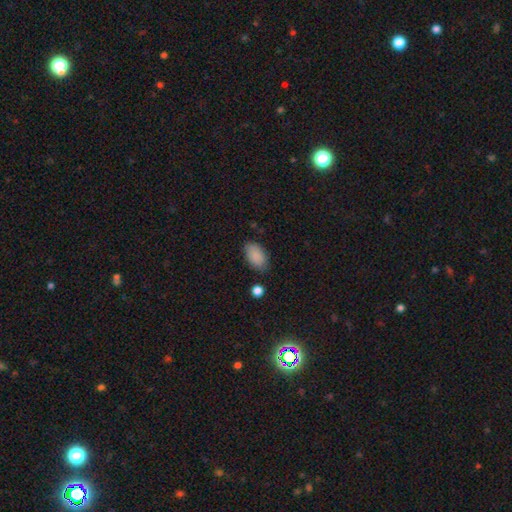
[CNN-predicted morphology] A smooth galaxy with no disk features (89%) that is in between round and cigar-shaped (94%). Merging: none (81%).